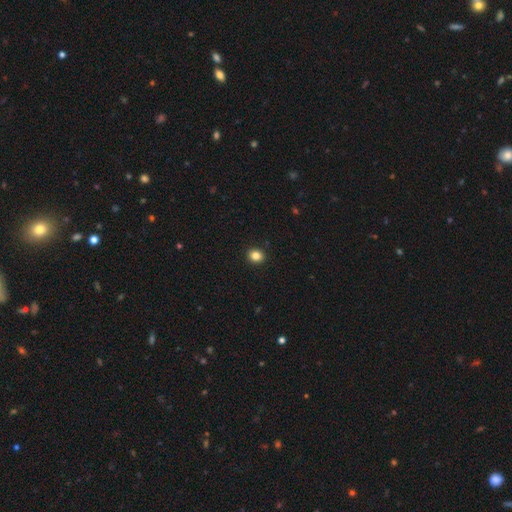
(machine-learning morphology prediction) Smooth or featured: smooth — 84% (star or artifact — 11%)
How rounded: round — 72% (in between — 28%)
Merging: none — 92% (minor disturbance — 5%)